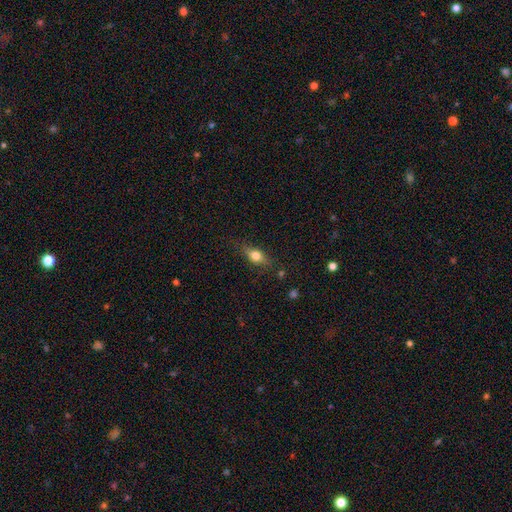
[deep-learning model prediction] Smooth or featured? smooth (63%)
How rounded? in between (66%)
Merging? none (78%)